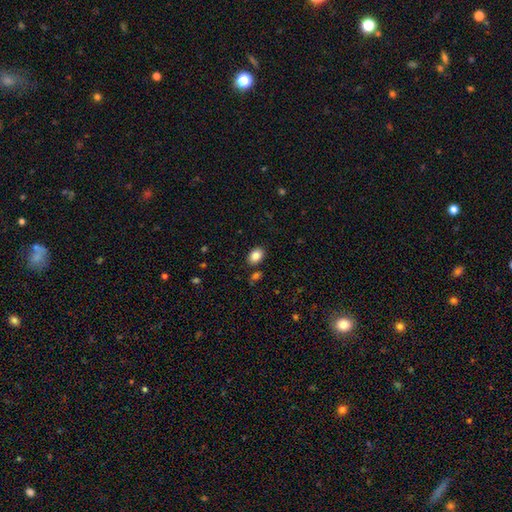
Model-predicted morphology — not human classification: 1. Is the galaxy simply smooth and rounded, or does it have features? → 85% smooth, 8% star or artifact, 6% featured or disk.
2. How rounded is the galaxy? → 81% in between, 18% round, 1% cigar-shaped.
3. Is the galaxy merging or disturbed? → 86% none, 9% minor disturbance, 3% merger, 2% major disturbance.